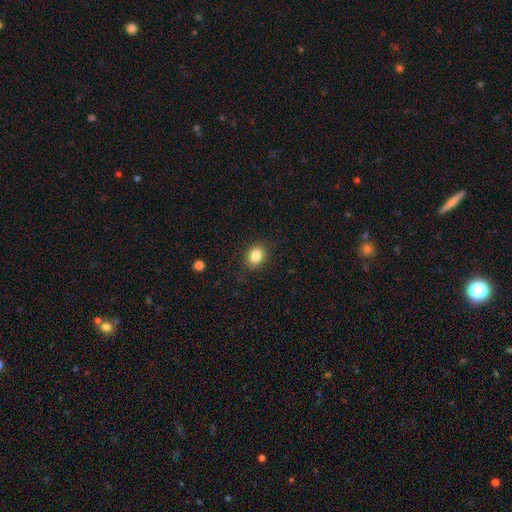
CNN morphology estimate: A smooth galaxy with no disk features (84%) that is in between round and cigar-shaped (50%). Merging: none (88%).